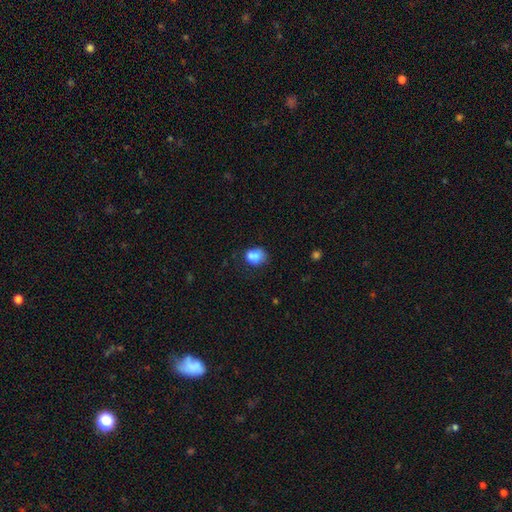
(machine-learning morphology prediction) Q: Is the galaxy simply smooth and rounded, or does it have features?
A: smooth — 74%.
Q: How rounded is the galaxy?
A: round — 58%.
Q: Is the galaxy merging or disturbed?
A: none — 41%.